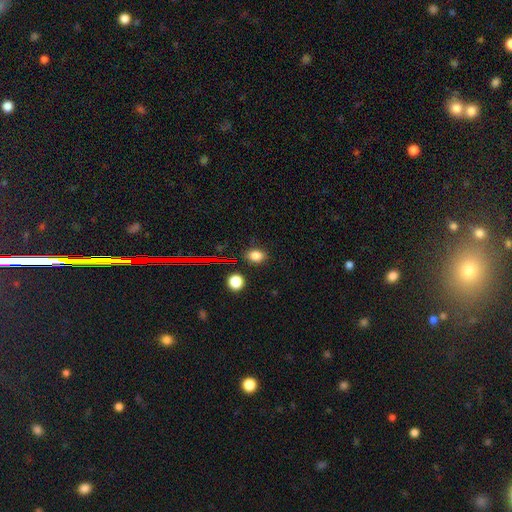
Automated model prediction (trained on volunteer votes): smooth 79%, star or artifact 15%, featured or disk 6%. Down the decision tree: how rounded — in between (63%); merging — none (84%).